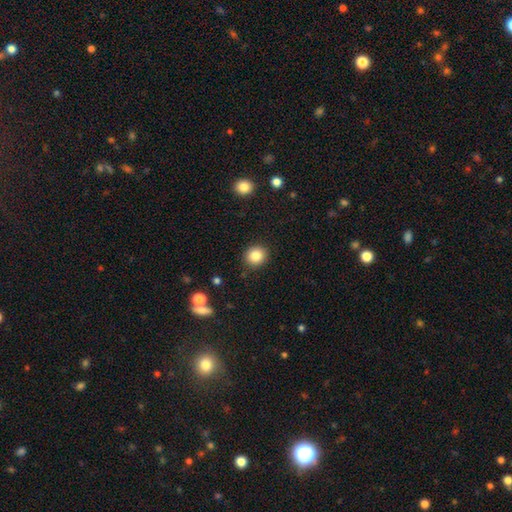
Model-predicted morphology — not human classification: Smooth or featured? Predicted: smooth (p=0.85). How rounded? Predicted: round (p=0.84). Merging? Predicted: none (p=0.89).